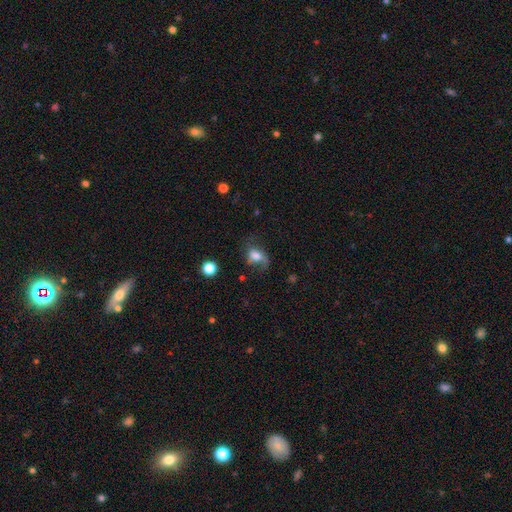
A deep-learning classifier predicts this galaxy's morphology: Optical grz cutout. It shows a smooth galaxy with no disk features (65%) that is in between round and cigar-shaped (73%). Merging: none (40%).